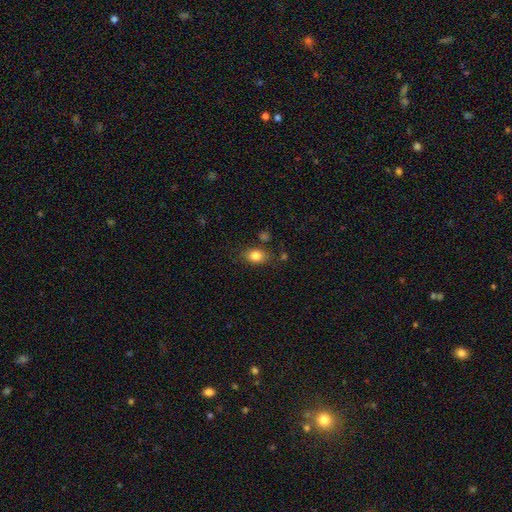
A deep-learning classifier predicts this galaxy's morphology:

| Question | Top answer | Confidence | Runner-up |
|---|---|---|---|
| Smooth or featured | smooth | 83% | star or artifact (9%) |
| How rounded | in between | 70% | round (28%) |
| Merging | none | 78% | minor disturbance (14%) |